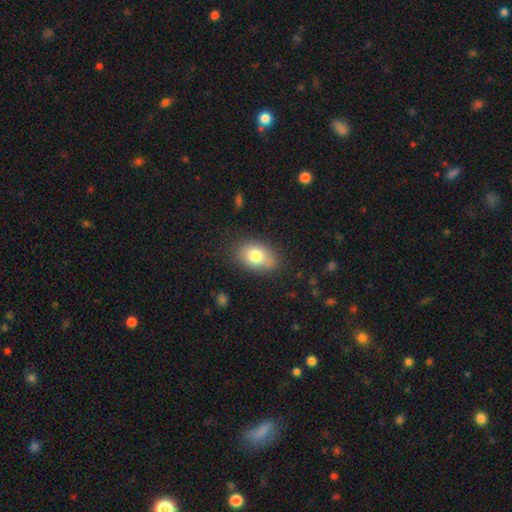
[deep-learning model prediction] Morphology: type=smooth (78%); roundness=in between (81%); merging=none (79%).